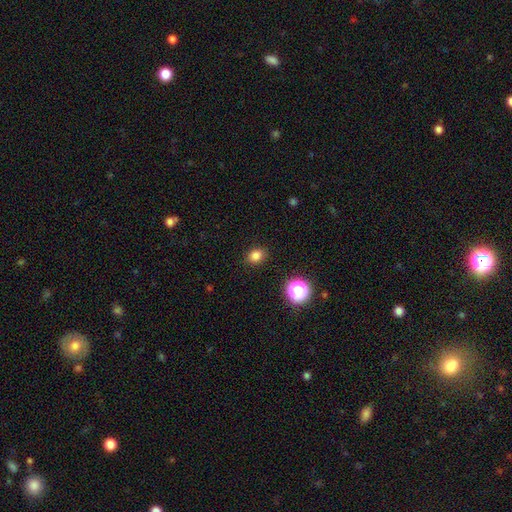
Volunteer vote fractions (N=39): A smooth galaxy with no disk features (85%) that is round (64%).

Vote fractions:
- Smooth or featured? smooth: 85% / star or artifact: 10% / featured or disk: 5%
- How rounded? round: 64% / in between: 36% / cigar-shaped: 0%
- Merging? none: 94% / minor disturbance: 3% / major disturbance: 3% / merger: 0%